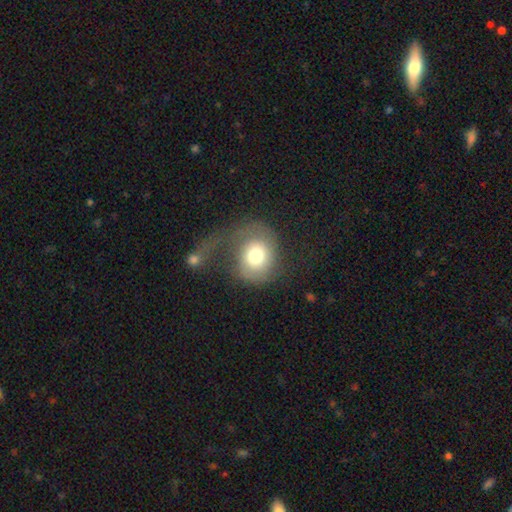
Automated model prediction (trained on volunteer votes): Smooth or featured? smooth (61%)
How rounded? round (75%)
Merging? major disturbance (46%)